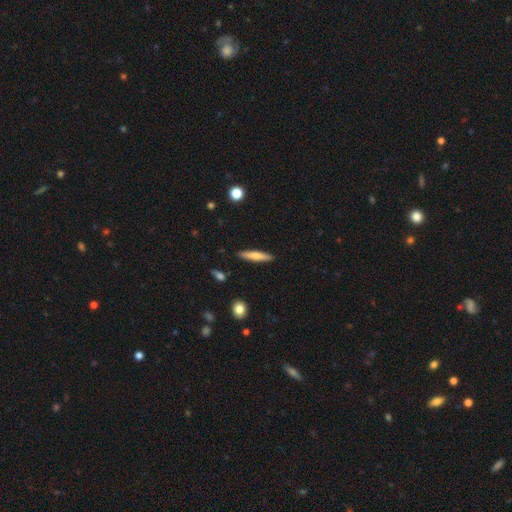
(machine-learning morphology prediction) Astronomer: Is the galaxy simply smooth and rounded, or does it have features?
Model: smooth — 68%.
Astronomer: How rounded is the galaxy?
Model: cigar-shaped — 88%.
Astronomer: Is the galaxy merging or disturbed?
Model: none — 90%.